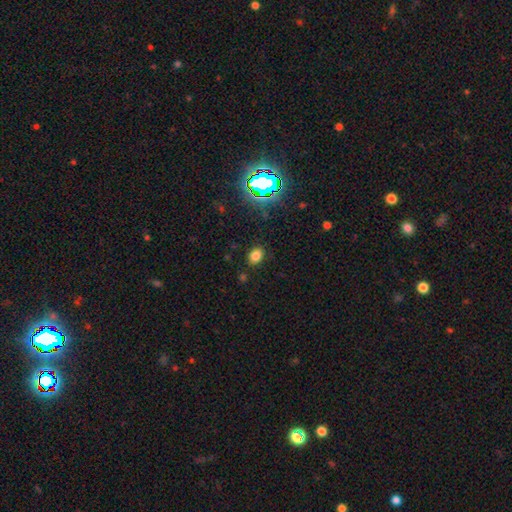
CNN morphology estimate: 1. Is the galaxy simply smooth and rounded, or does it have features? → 76% smooth, 18% star or artifact, 6% featured or disk.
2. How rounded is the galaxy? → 66% in between, 33% round, 1% cigar-shaped.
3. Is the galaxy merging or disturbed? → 86% none, 9% minor disturbance, 3% major disturbance, 2% merger.